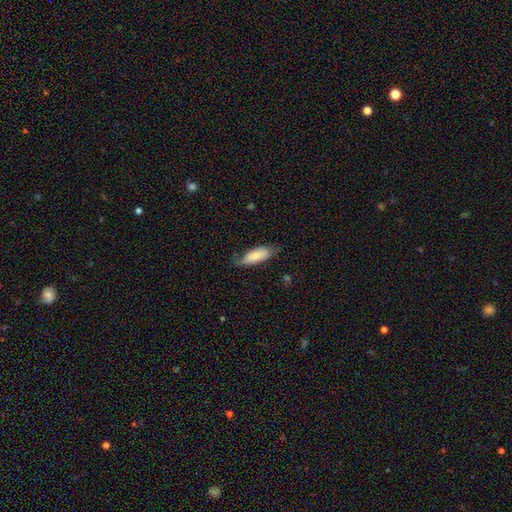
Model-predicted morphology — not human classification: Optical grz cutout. It shows a smooth galaxy with no disk features (74%) that is in between round and cigar-shaped (75%). Merging: none (57%).